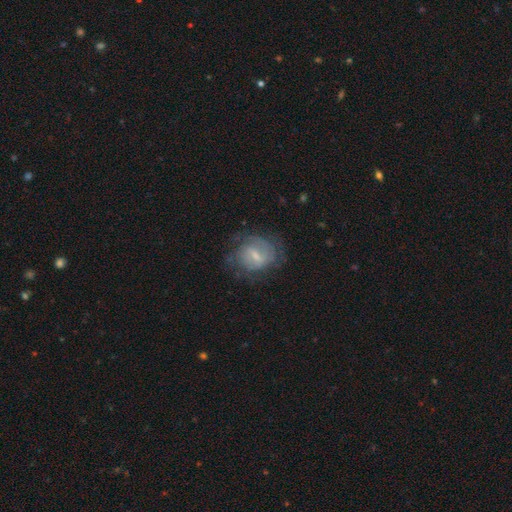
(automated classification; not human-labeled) Smooth or featured? Predicted: featured or disk (p=0.61). Edge-on disk? Predicted: no (p=0.96). Bar? Predicted: weak (p=0.60). Spiral arms? Predicted: yes (p=0.74). Bulge size? Predicted: small (p=0.53). Merging? Predicted: none (p=0.62).